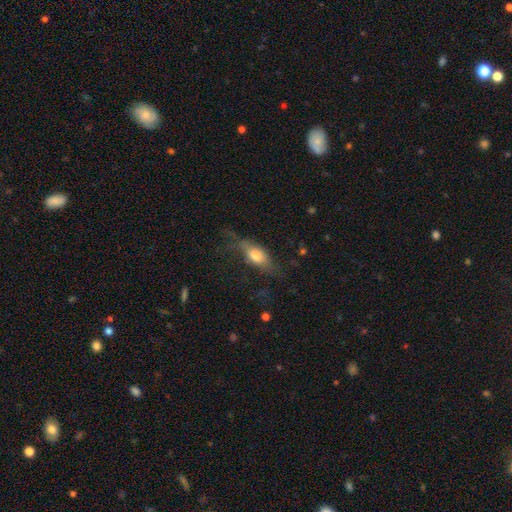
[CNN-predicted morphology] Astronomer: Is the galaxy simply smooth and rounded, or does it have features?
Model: smooth — 62%.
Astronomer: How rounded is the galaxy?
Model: in between — 69%.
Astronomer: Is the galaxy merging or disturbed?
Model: none — 46% (runner-up: minor disturbance, 27%).